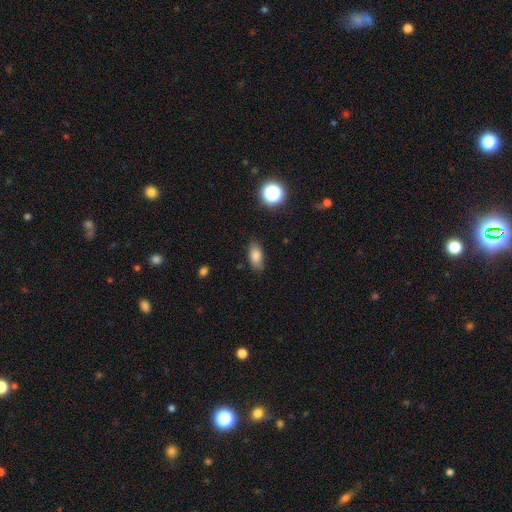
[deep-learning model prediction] This is clearly a smooth galaxy (82%). How rounded: clearly in between (86%). Merging: clearly none (82%).